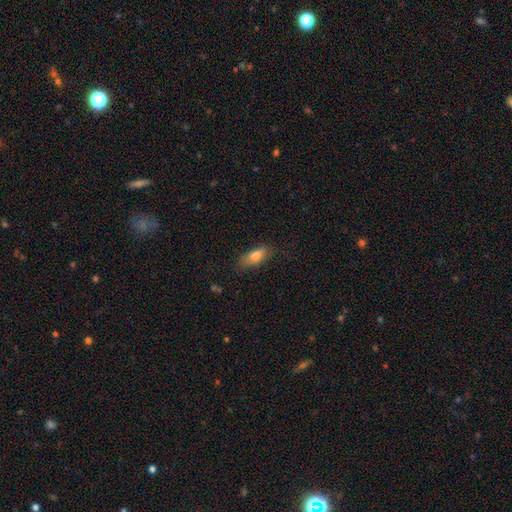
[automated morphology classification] Smooth or featured?
  - smooth: 78% *
  - featured or disk: 15%
  - star or artifact: 7%
How rounded?
  - in between: 77% *
  - cigar-shaped: 20%
  - round: 3%
Merging?
  - none: 75% *
  - minor disturbance: 19%
  - major disturbance: 5%
  - merger: 1%